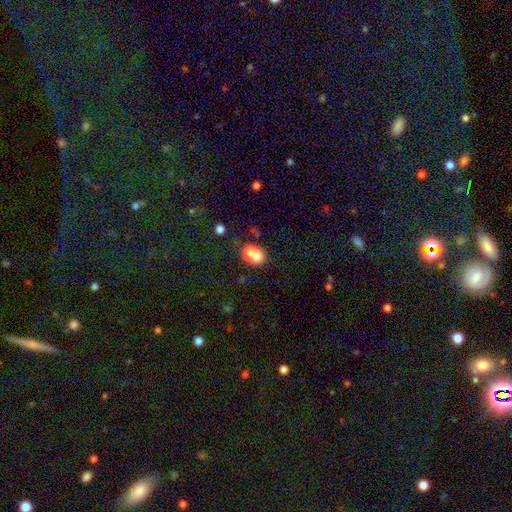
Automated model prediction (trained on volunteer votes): Smooth or featured?
  - smooth: 69% *
  - featured or disk: 21%
  - star or artifact: 10%
How rounded?
  - round: 51% *
  - in between: 48%
  - cigar-shaped: 1%
Merging?
  - merger: 60% *
  - none: 27%
  - minor disturbance: 9%
  - major disturbance: 4%